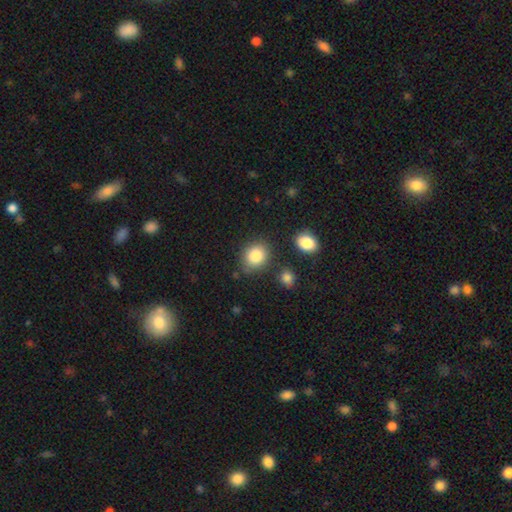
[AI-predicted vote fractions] Smooth or featured: smooth — 84% (star or artifact — 9%)
How rounded: round — 63% (in between — 36%)
Merging: none — 77% (minor disturbance — 13%)